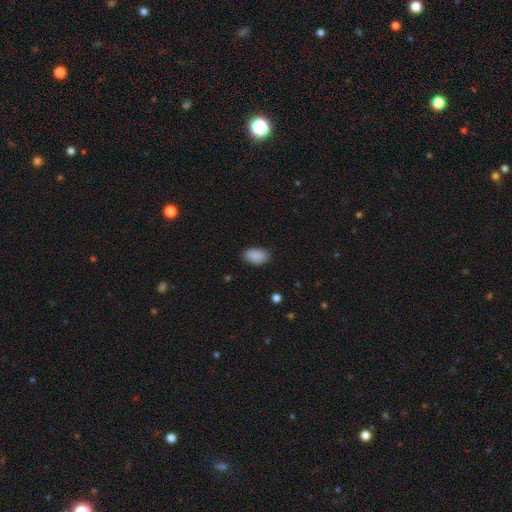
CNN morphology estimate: smooth-or-featured: smooth: 89% | star or artifact: 8% | featured or disk: 3%
  how-rounded: in between: 92% | round: 7% | cigar-shaped: 1%
  merging: none: 84% | minor disturbance: 12% | major disturbance: 3% | merger: 1%